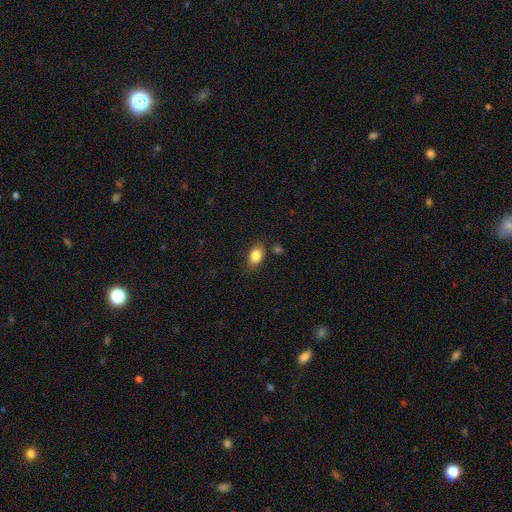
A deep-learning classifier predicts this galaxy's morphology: A smooth galaxy with no disk features (83%) that is in between round and cigar-shaped (84%). Merging: none (78%).